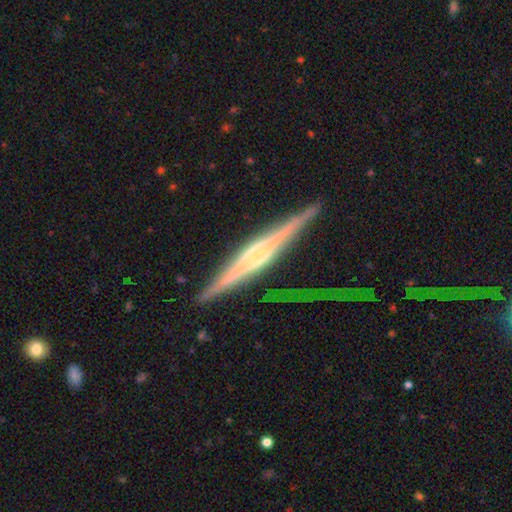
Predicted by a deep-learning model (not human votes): This appears to be a featured or disk galaxy (82%) viewed edge-on (97%) with a rounded central bulge (48%). Merging: none (65%).